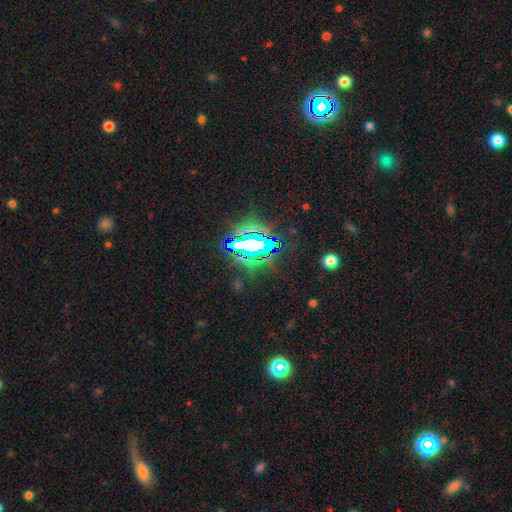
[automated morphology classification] This appears to be a star or artifact, not a galaxy (78%).